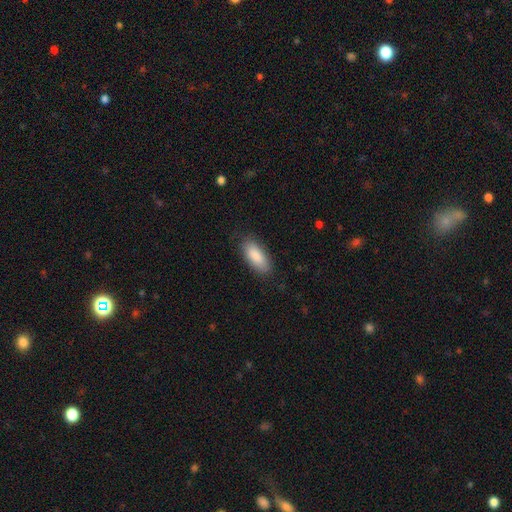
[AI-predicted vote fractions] Smooth or featured? smooth (88%)
How rounded? in between (85%)
Merging? none (83%)